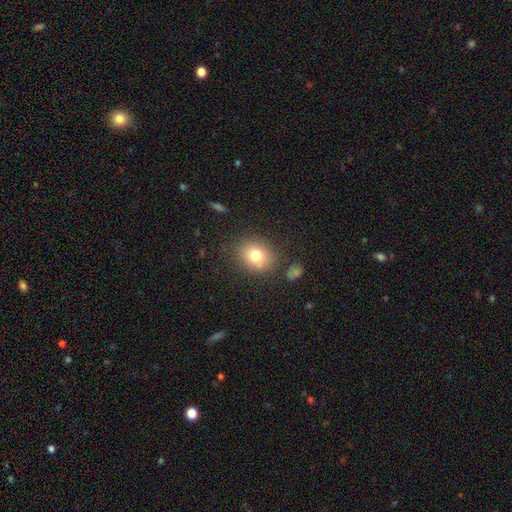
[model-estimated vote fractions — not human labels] smooth 76%, featured or disk 12%, star or artifact 12%. Down the decision tree: how rounded — round (63%); merging — none (80%).